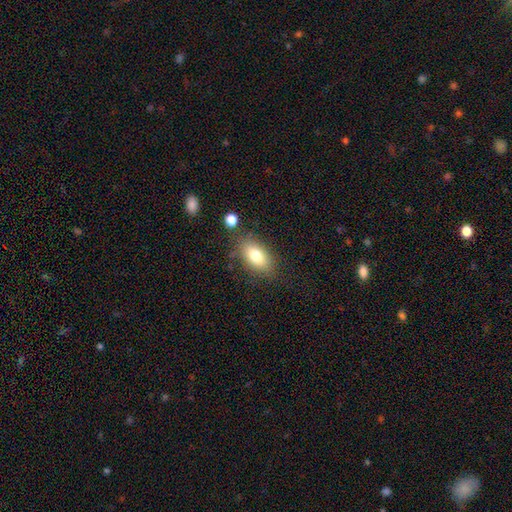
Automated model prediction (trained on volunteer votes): Morphology: type=smooth (79%); roundness=in between (89%); merging=none (78%).